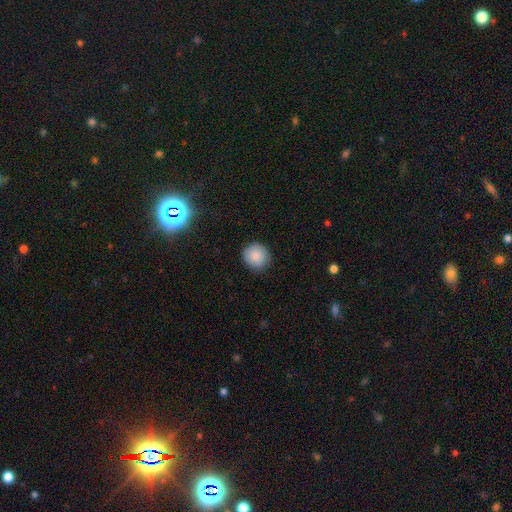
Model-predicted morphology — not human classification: A smooth galaxy with no disk features (86%) that is round (90%). Merging: none (88%).